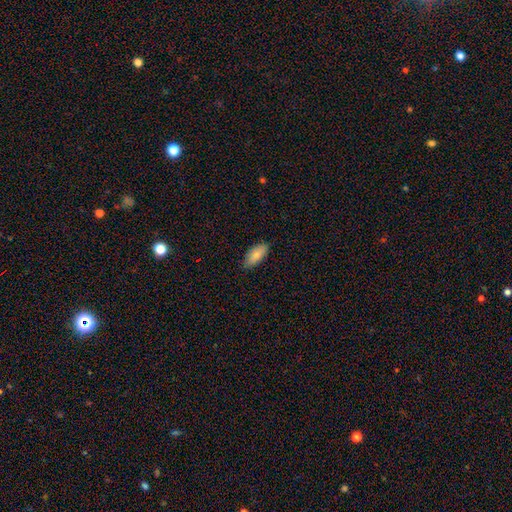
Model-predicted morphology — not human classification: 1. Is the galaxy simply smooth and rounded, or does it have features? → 87% smooth, 7% featured or disk, 6% star or artifact.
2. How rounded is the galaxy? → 85% in between, 13% cigar-shaped, 2% round.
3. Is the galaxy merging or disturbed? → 85% none, 12% minor disturbance, 2% major disturbance, 1% merger.